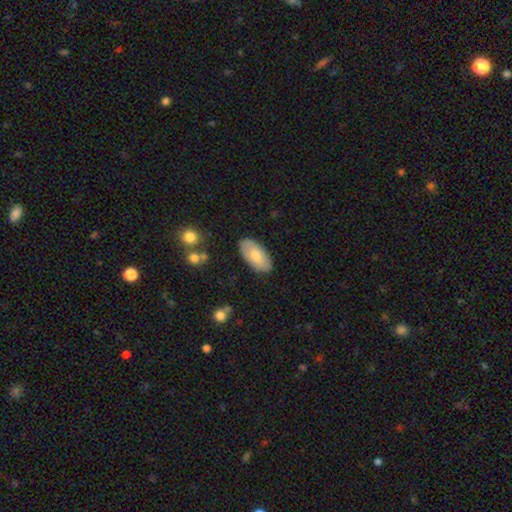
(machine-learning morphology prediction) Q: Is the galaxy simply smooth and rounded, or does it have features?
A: smooth — 69%.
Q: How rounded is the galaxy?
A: in between — 94%.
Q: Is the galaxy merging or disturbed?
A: none — 84%.